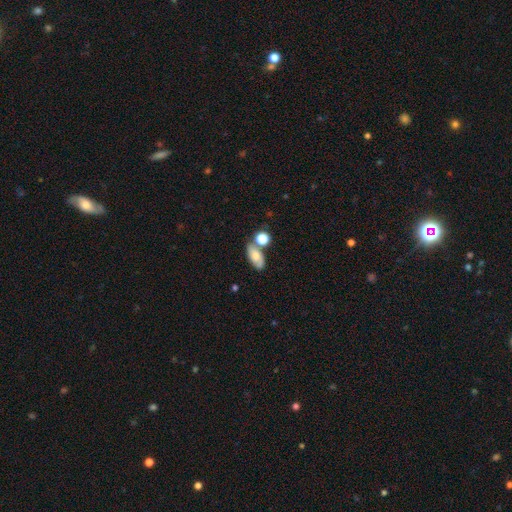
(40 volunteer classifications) Smooth or featured? smooth (57%)
How rounded? in between (87%)
Merging? none (78%)